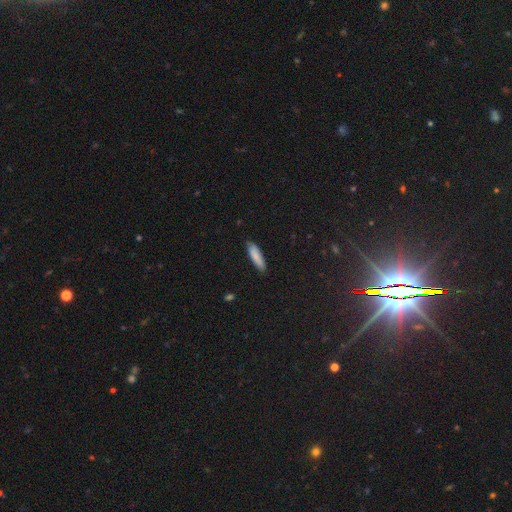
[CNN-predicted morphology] A smooth galaxy with no disk features (82%) that is cigar-shaped (59%). Merging: none (82%).